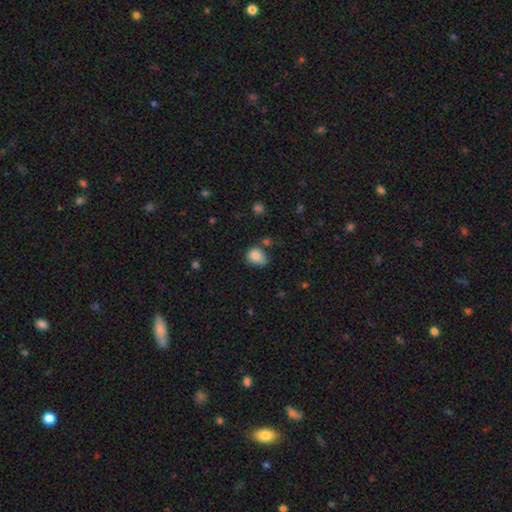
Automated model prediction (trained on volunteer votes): Smooth or featured? smooth (82%)
How rounded? round (55%)
Merging? none (49%)